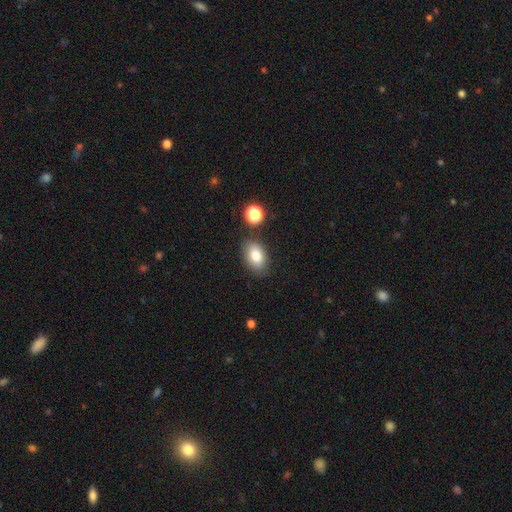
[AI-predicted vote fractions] smooth 81%, featured or disk 10%, star or artifact 9%. Down the decision tree: how rounded — in between (86%); merging — none (80%).